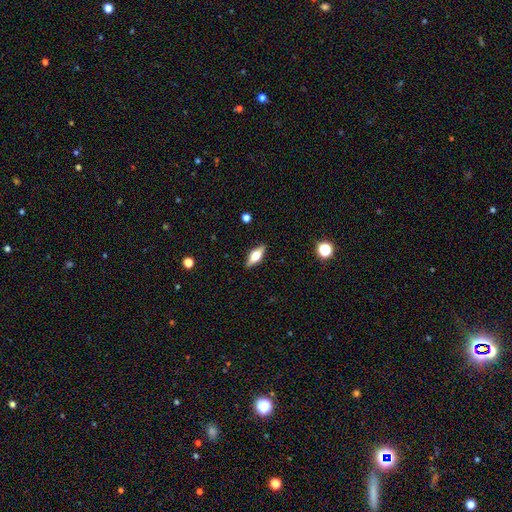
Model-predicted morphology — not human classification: The model was most divided on "smooth or featured" (2-way tie): smooth: 46%, featured or disk: 46%, star or artifact: 8%. More confident: merging — none (88%).